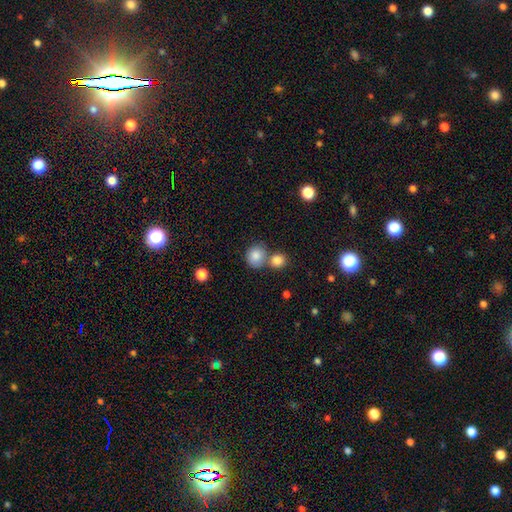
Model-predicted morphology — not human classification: smooth 84%, star or artifact 9%, featured or disk 7%. Down the decision tree: how rounded — round (81%); merging — none (52%).